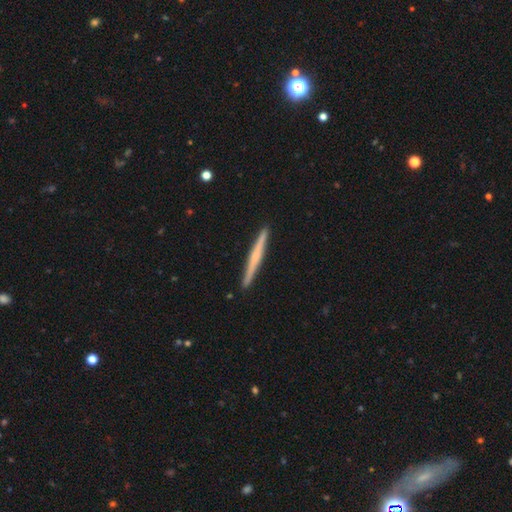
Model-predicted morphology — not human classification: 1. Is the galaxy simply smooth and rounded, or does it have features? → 57% featured or disk, 37% smooth, 5% star or artifact.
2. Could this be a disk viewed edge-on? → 98% yes, 2% no.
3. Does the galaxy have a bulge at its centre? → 51% none, 39% rounded, 10% boxy.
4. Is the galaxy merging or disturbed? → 93% none, 5% minor disturbance, 1% major disturbance, 1% merger.